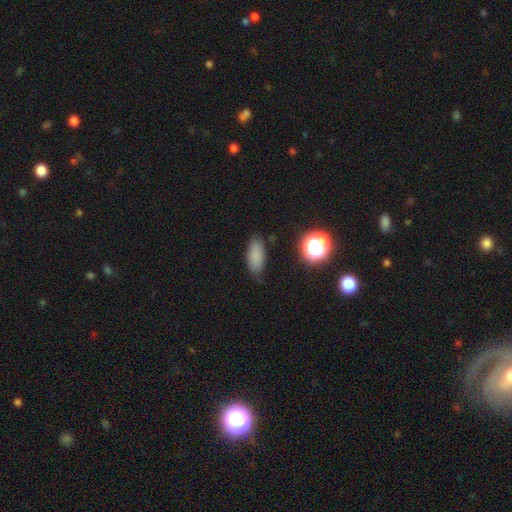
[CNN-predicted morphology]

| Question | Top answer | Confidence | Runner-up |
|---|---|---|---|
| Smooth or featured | smooth | 81% | star or artifact (12%) |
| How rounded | in between | 82% | cigar-shaped (14%) |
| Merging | none | 78% | minor disturbance (17%) |